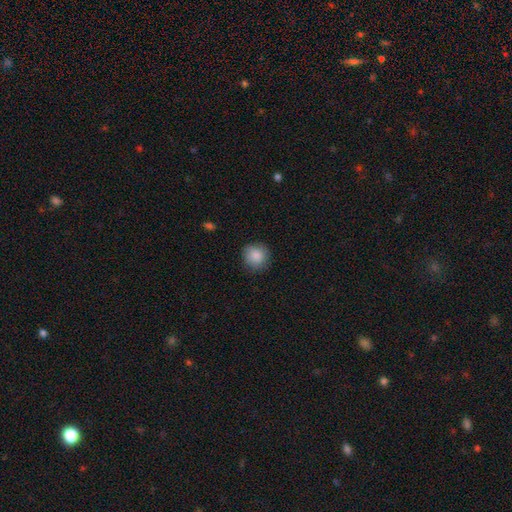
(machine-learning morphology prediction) type=smooth (87%); roundness=round (90%); merging=none (84%).